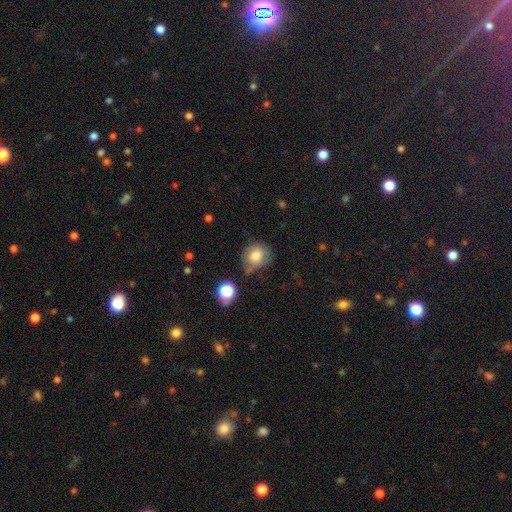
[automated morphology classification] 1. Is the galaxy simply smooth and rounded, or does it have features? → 73% smooth, 16% featured or disk, 10% star or artifact.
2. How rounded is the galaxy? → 74% round, 25% in between, 1% cigar-shaped.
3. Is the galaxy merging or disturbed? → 53% none, 28% minor disturbance, 11% major disturbance, 7% merger.